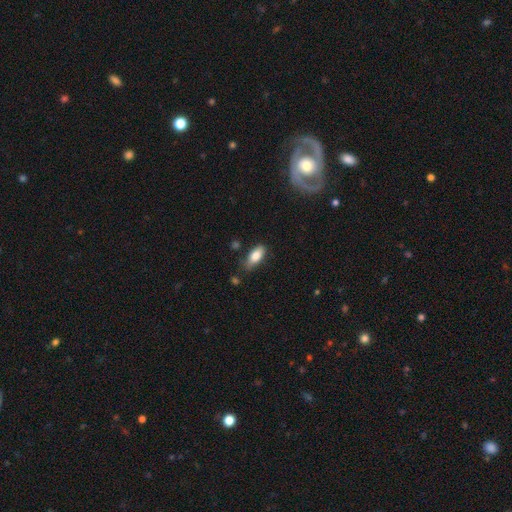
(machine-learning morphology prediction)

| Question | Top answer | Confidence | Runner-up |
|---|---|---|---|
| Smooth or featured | smooth | 82% | featured or disk (11%) |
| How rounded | in between | 86% | cigar-shaped (11%) |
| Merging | none | 68% | minor disturbance (25%) |